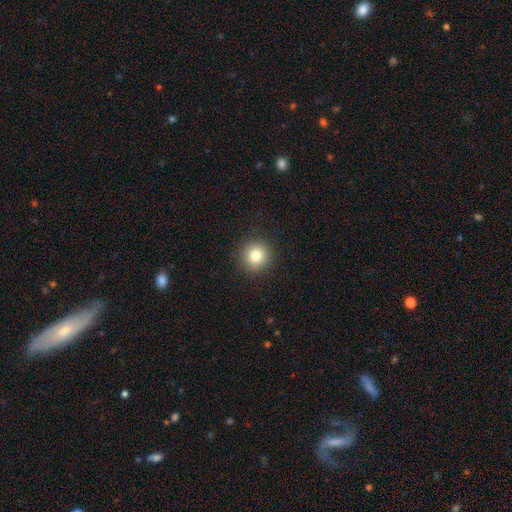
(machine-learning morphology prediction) Smooth or featured: smooth — 82% (star or artifact — 11%)
How rounded: round — 93% (in between — 6%)
Merging: none — 91% (minor disturbance — 6%)